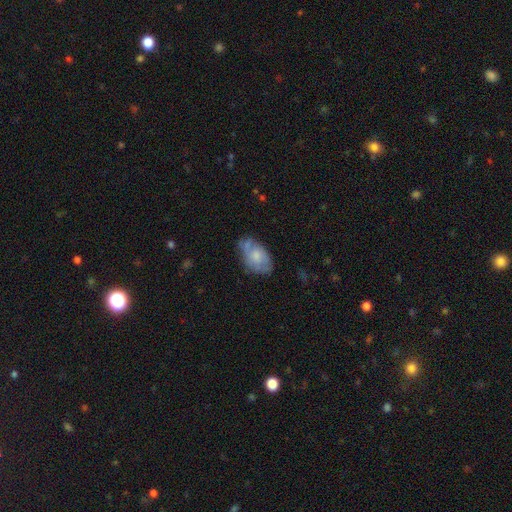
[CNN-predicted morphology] This appears to be a smooth galaxy with no disk features (55%) that is in between round and cigar-shaped (91%). Merging: none (55%).